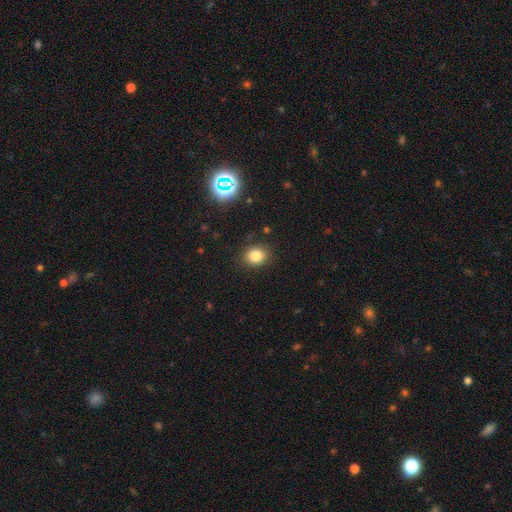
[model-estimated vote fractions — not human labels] Morphology: type=smooth (81%); roundness=round (66%); merging=none (88%).